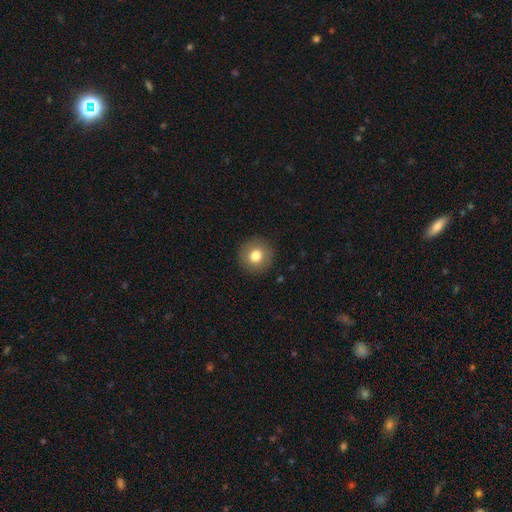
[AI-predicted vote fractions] Smooth or featured: smooth — 78% (featured or disk — 12%)
How rounded: round — 94% (in between — 5%)
Merging: none — 91% (minor disturbance — 5%)